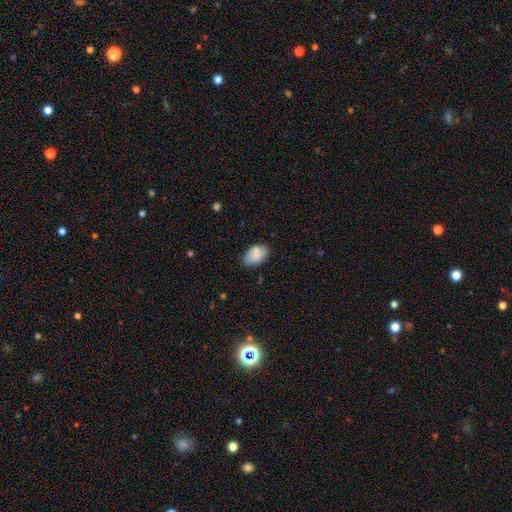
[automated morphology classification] Smooth or featured? smooth (82%)
How rounded? in between (92%)
Merging? none (72%)